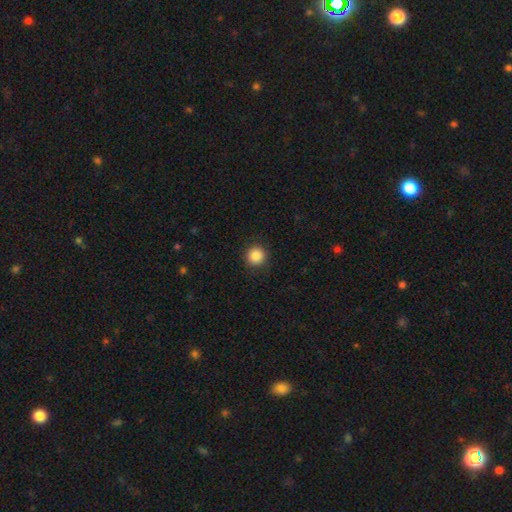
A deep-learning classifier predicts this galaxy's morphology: Smooth or featured?
  - smooth: 87% *
  - star or artifact: 10%
  - featured or disk: 3%
How rounded?
  - round: 94% *
  - in between: 5%
  - cigar-shaped: 1%
Merging?
  - none: 91% *
  - minor disturbance: 6%
  - major disturbance: 2%
  - merger: 1%